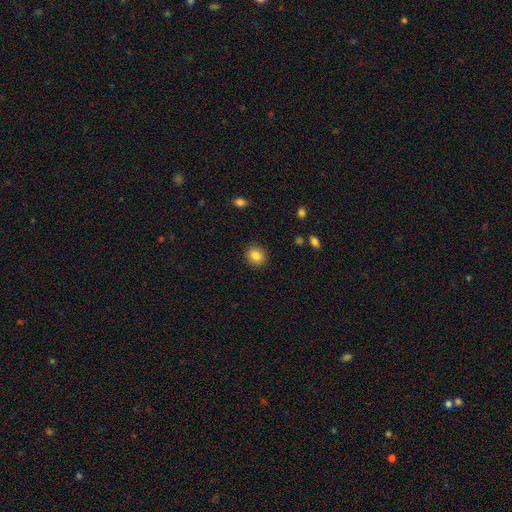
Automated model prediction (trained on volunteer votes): Smooth or featured?
  - smooth: 85% *
  - star or artifact: 9%
  - featured or disk: 6%
How rounded?
  - round: 73% *
  - in between: 26%
  - cigar-shaped: 1%
Merging?
  - none: 90% *
  - minor disturbance: 6%
  - major disturbance: 2%
  - merger: 1%